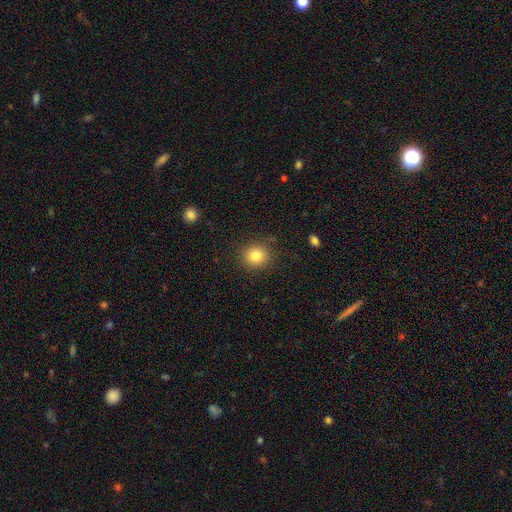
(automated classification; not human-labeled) Smooth or featured? smooth (82%)
How rounded? round (87%)
Merging? none (88%)